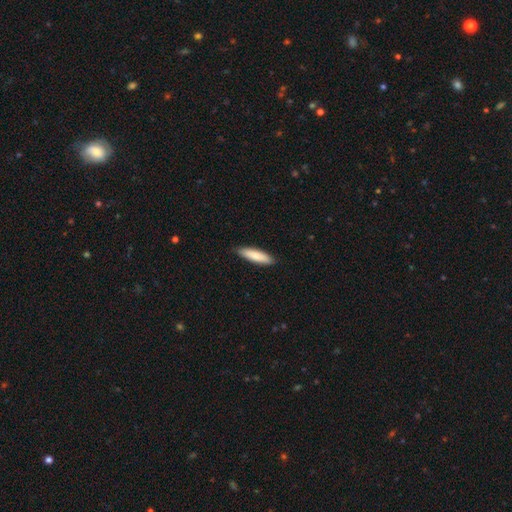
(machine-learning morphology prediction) Smooth or featured: smooth — 81% (featured or disk — 13%)
How rounded: cigar-shaped — 71% (in between — 28%)
Merging: none — 89% (minor disturbance — 9%)